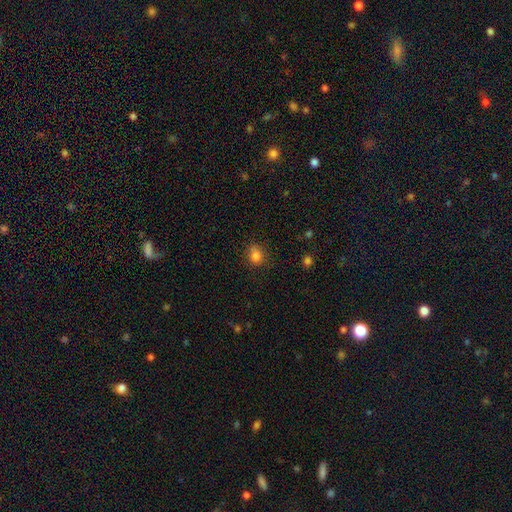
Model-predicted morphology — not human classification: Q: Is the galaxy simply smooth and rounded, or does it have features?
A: smooth — 82%.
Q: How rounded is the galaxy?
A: round — 63%.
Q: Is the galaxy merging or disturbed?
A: none — 74%.